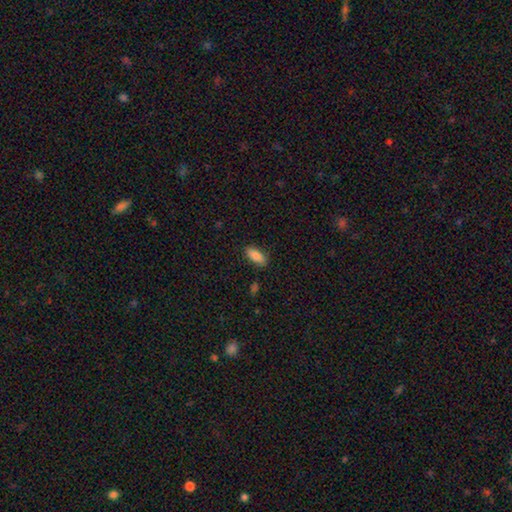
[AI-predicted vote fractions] This is clearly a smooth galaxy (84%). How rounded: clearly in between (84%). Merging: clearly none (85%).